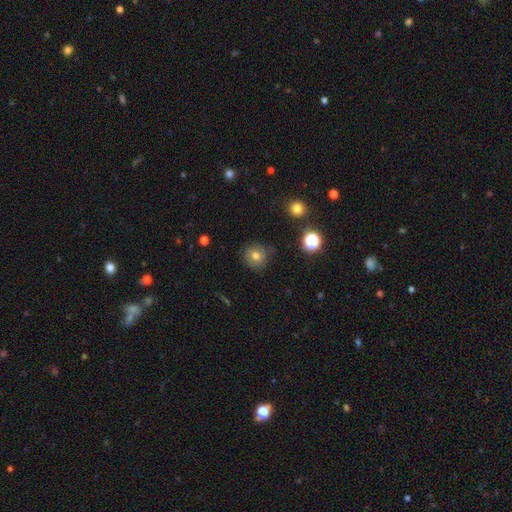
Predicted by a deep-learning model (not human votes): A smooth galaxy with no disk features (71%) that is round (90%). Merging: none (81%).